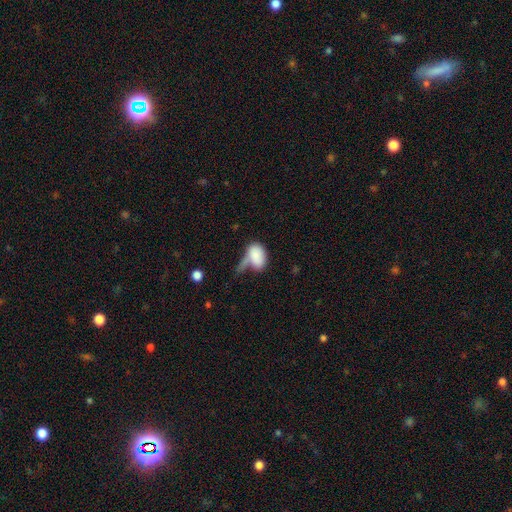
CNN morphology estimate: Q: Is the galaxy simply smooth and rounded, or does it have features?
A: smooth — 82%.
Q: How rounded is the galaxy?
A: in between — 88%.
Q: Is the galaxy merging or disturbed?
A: merger — 28%.